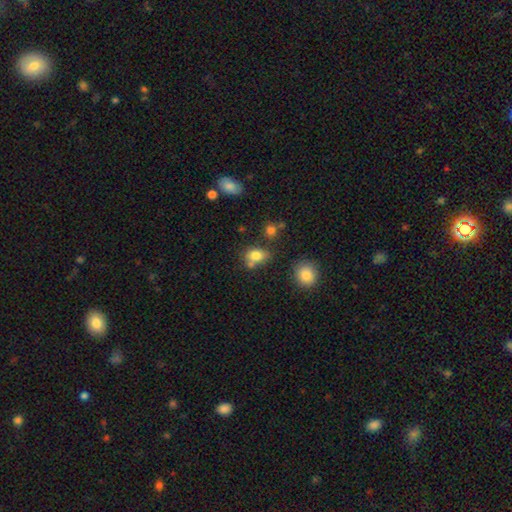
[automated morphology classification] A smooth galaxy with no disk features (80%) that is in between round and cigar-shaped (68%).

Vote fractions:
- Smooth or featured? smooth: 80% / star or artifact: 11% / featured or disk: 9%
- How rounded? in between: 68% / round: 30% / cigar-shaped: 2%
- Merging? none: 54% / merger: 22% / minor disturbance: 18% / major disturbance: 6%